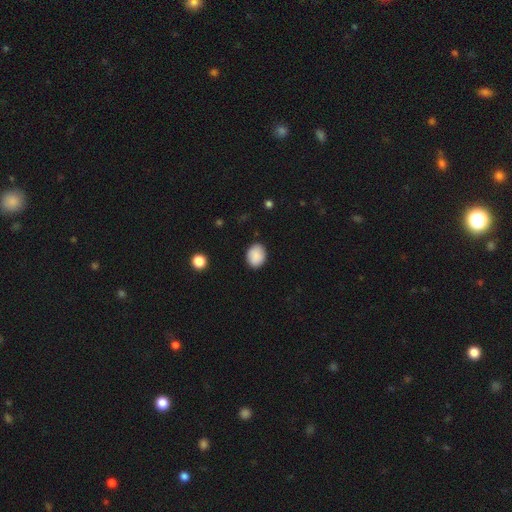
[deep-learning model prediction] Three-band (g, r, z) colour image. It shows a smooth galaxy with no disk features (88%) that is in between round and cigar-shaped (53%). Merging: none (85%).